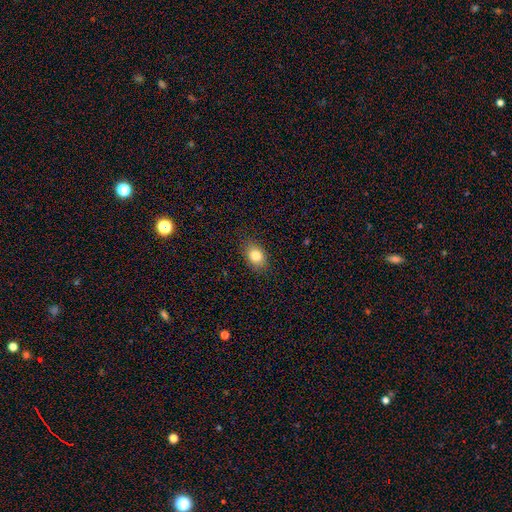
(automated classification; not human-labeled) Smooth or featured? Predicted: smooth (p=0.83). How rounded? Predicted: in between (p=0.68). Merging? Predicted: none (p=0.85).